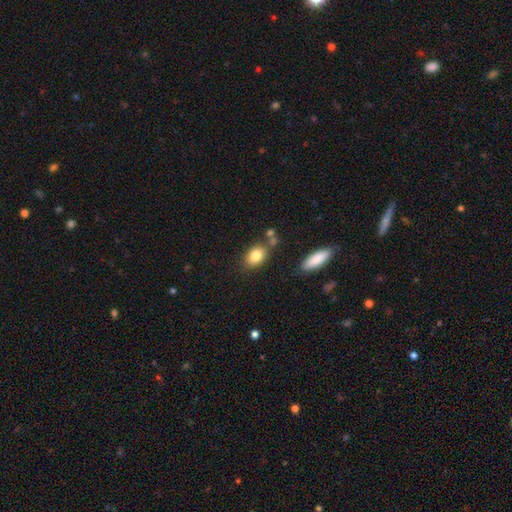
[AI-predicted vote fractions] Overall: smooth (83%). How rounded: in between (78%). Merging: none (72%).